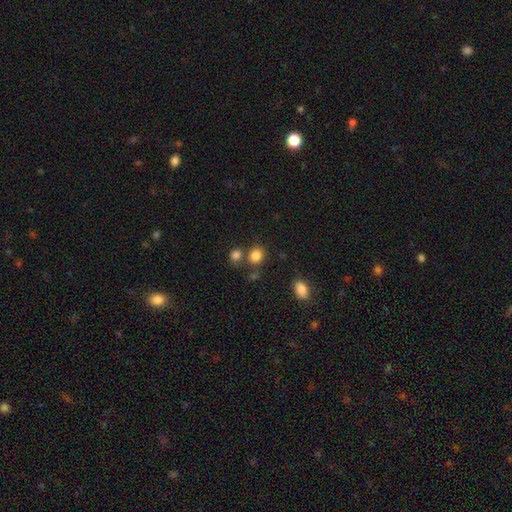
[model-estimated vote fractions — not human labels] A smooth galaxy with no disk features (84%) that is round (70%). Merging: none (69%).